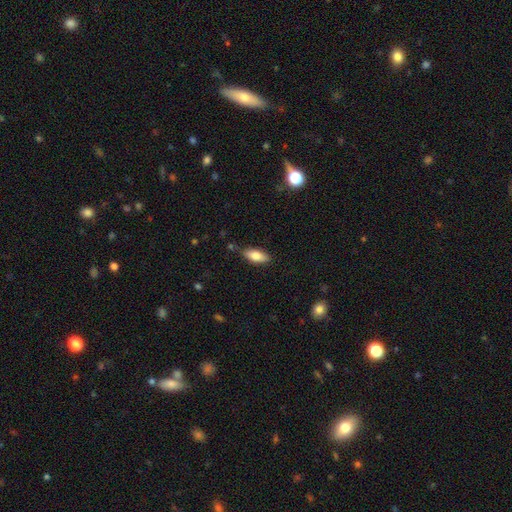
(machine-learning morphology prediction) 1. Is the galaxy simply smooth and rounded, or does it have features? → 79% smooth, 14% featured or disk, 7% star or artifact.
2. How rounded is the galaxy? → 80% in between, 18% cigar-shaped, 2% round.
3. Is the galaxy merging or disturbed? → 81% none, 14% minor disturbance, 3% major disturbance, 2% merger.